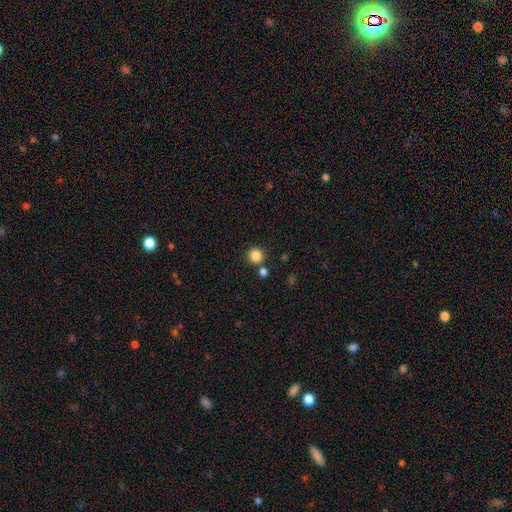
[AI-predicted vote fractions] Smooth or featured? Predicted: smooth (p=0.85). How rounded? Predicted: round (p=0.94). Merging? Predicted: none (p=0.81).